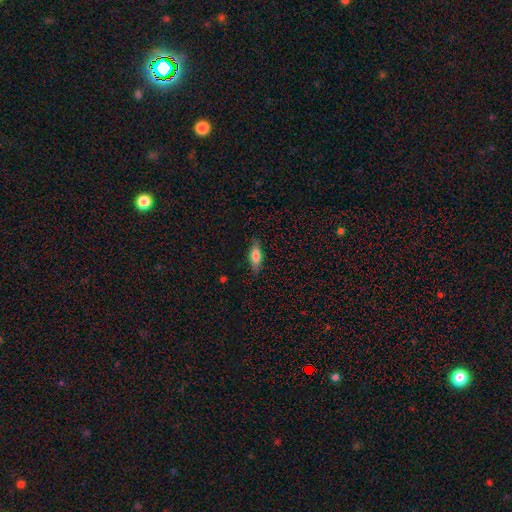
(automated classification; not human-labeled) Overall: smooth (71%). How rounded: in between (59%; cigar-shaped 38%). Merging: none (84%).